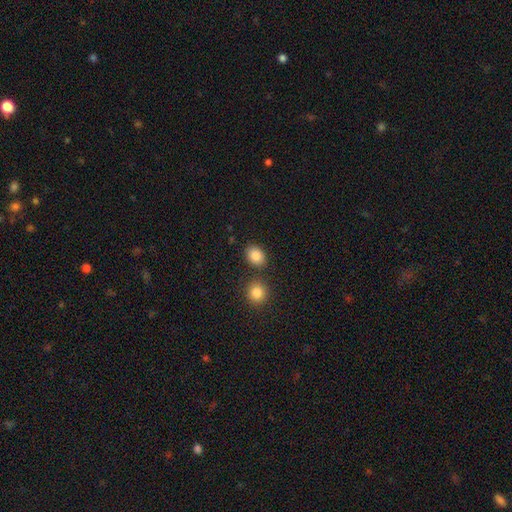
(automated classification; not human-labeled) This is clearly a smooth galaxy (85%). How rounded: possibly in between (60%). Merging: likely none (79%).